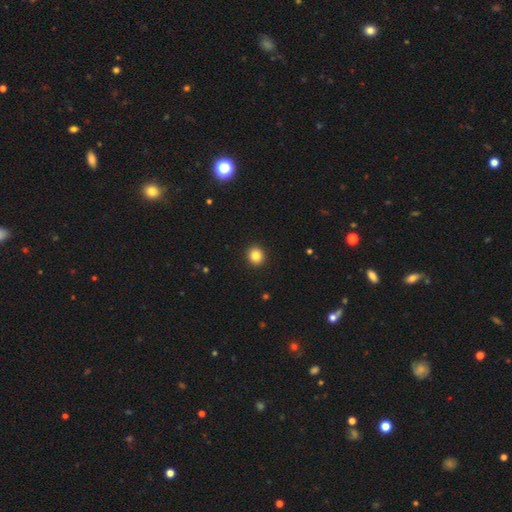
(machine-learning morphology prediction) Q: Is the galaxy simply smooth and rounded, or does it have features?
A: smooth — 85%.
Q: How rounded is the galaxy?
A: round — 86%.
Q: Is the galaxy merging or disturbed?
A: none — 93%.